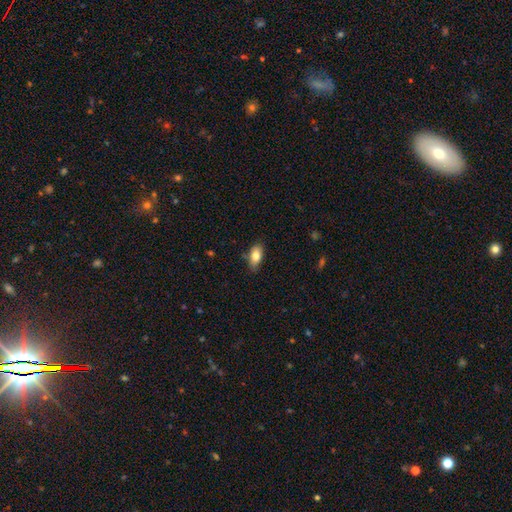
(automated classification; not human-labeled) A smooth galaxy with no disk features (80%) that is in between round and cigar-shaped (89%). Merging: none (79%).